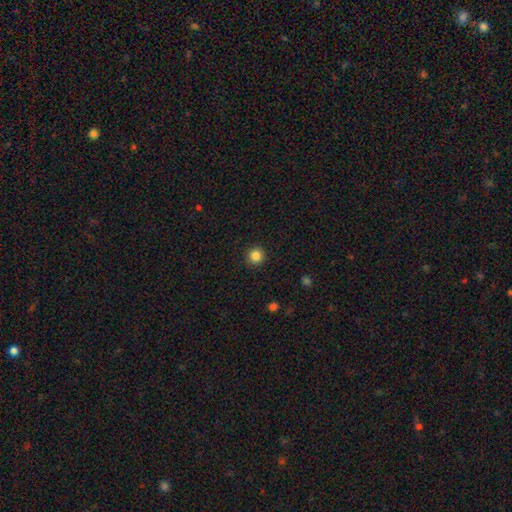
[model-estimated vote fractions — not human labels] Q: Smooth or featured?
A: smooth (85%); runner-up: star or artifact (11%)
Q: How rounded?
A: round (95%); runner-up: in between (4%)
Q: Merging?
A: none (93%); runner-up: minor disturbance (5%)